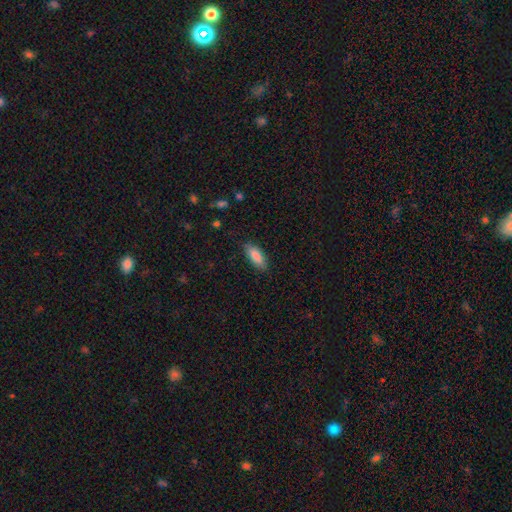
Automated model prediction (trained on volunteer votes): smooth_or_featured: smooth (p=0.85) [alt: featured or disk p=0.08]
how_rounded: in between (p=0.76) [alt: cigar-shaped p=0.22]
merging: none (p=0.82) [alt: minor disturbance p=0.14]